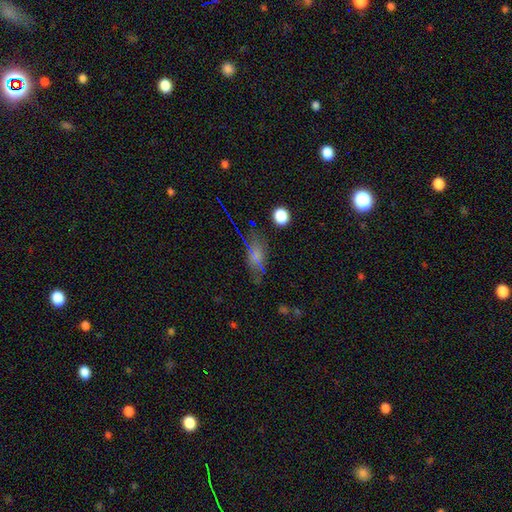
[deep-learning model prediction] A smooth galaxy with no disk features (48%). Merging: none (69%).